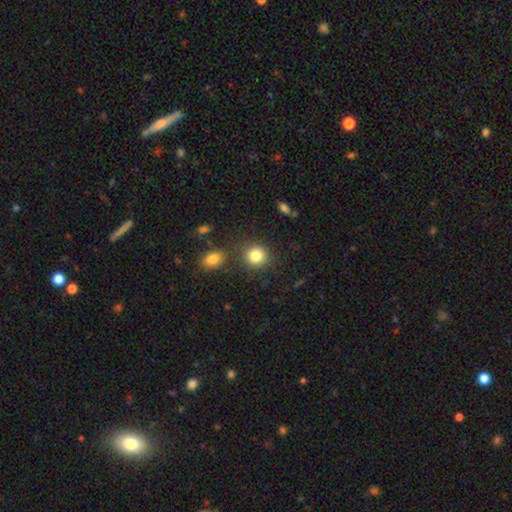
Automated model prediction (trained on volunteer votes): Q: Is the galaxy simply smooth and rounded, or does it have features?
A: smooth — 84%.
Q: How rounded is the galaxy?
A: round — 84%.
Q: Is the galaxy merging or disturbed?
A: none — 80%.